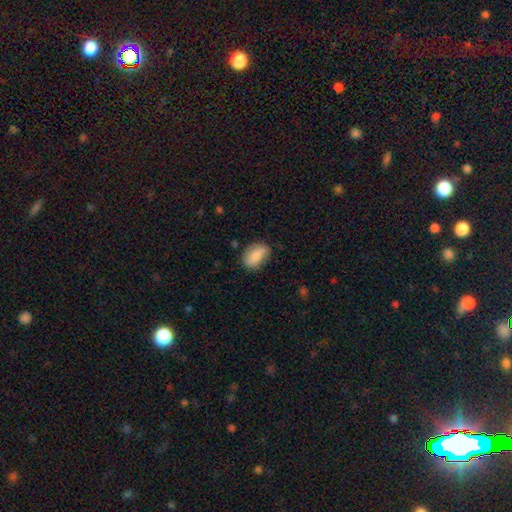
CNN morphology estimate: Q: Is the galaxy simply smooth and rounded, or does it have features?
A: smooth — 81%.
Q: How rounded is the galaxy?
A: in between — 82%.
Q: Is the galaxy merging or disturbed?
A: none — 66%.